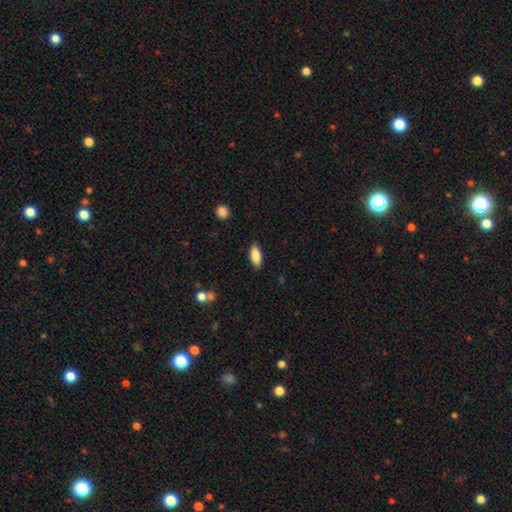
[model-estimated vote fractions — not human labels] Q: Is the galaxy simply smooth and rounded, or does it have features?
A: smooth — 87%.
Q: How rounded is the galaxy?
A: in between — 84%.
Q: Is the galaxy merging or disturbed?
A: none — 88%.